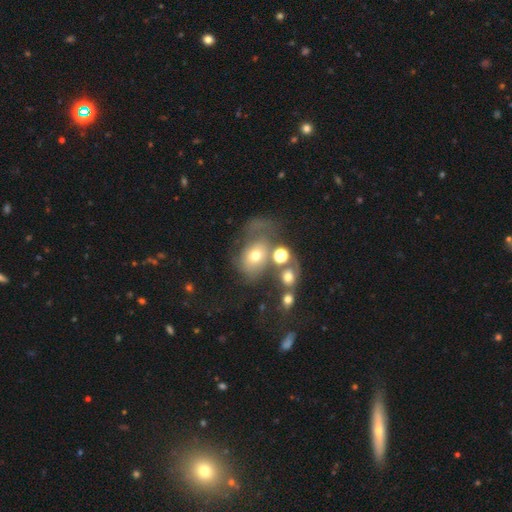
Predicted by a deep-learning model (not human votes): Smooth or featured? smooth (47%)
Merging? major disturbance (32%)